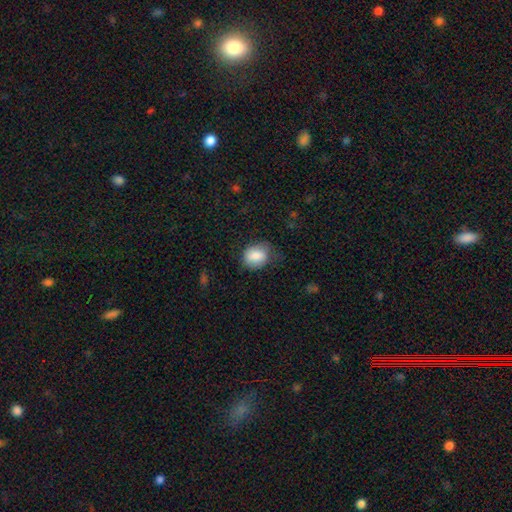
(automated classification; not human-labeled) Smooth or featured? Predicted: smooth (p=0.84). How rounded? Predicted: in between (p=0.54). Merging? Predicted: none (p=0.58).